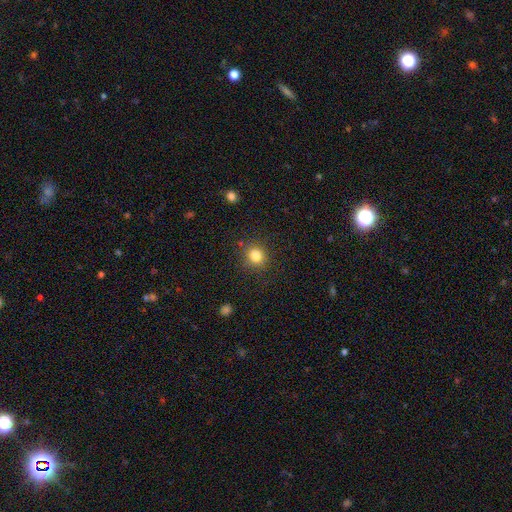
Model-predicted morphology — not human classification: Overall: smooth (83%). How rounded: round (86%). Merging: none (86%).